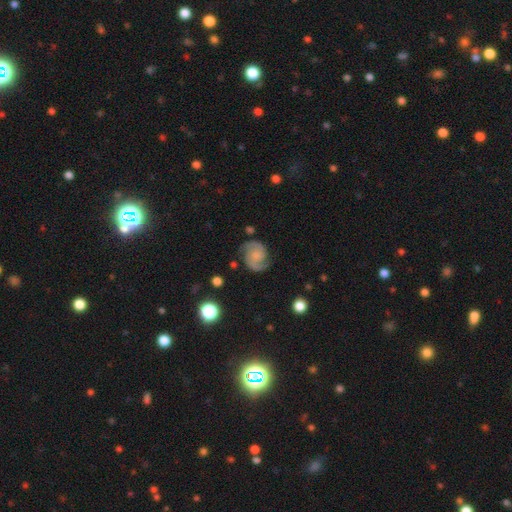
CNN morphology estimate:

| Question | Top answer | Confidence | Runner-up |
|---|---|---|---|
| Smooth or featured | featured or disk | 84% | smooth (10%) |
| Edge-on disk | no | 98% | yes (2%) |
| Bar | no | 65% | weak (29%) |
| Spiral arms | yes | 97% | no (3%) |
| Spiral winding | medium | 53% | tight (29%) |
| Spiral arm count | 2 | 92% | can't tell (3%) |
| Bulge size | small | 37% | none (32%) |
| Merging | none | 77% | minor disturbance (15%) |